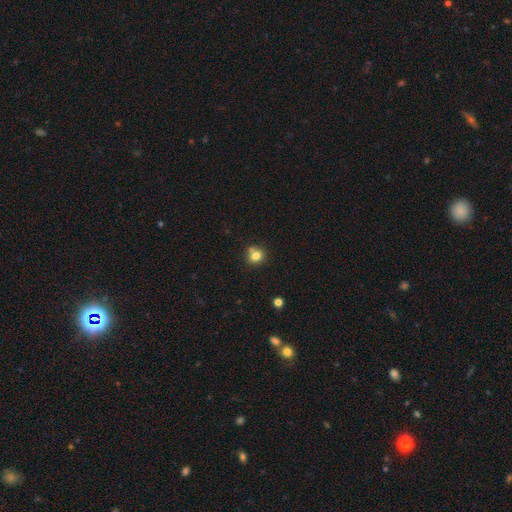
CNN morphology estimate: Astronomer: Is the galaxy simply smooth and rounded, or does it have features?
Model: smooth — 78%.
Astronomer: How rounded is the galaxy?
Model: round — 74%.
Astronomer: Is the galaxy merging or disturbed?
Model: none — 60%.